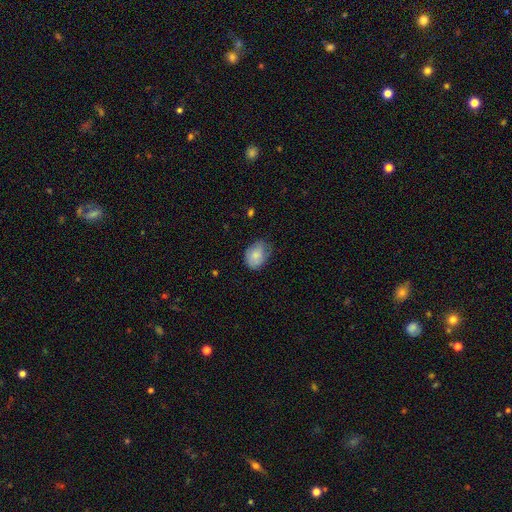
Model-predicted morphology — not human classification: type=smooth (75%); roundness=in between (71%); merging=none (55%).